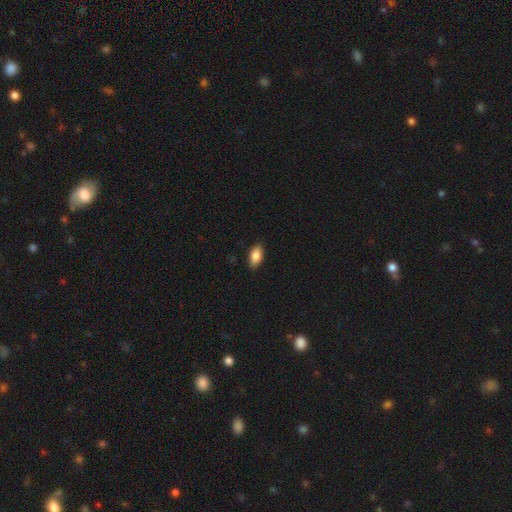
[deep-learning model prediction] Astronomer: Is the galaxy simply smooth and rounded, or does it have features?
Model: smooth — 86%.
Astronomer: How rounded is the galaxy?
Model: in between — 91%.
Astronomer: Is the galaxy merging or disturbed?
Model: none — 87%.